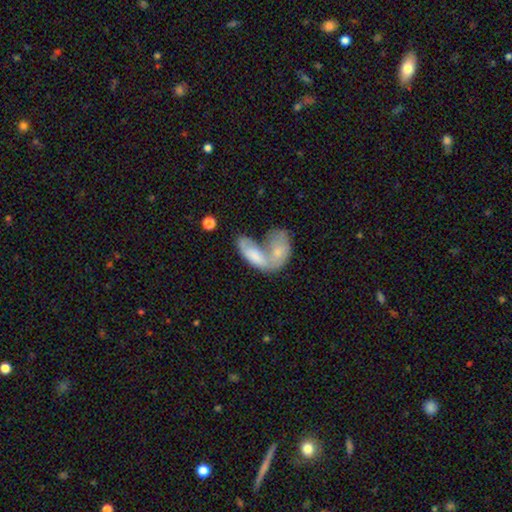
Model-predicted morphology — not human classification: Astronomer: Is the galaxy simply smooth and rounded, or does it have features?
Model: smooth — 66%.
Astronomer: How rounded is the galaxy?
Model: in between — 85%.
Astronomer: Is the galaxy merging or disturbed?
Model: merger — 75%.